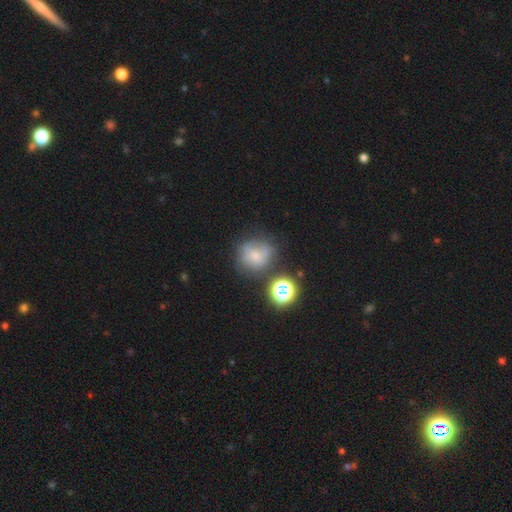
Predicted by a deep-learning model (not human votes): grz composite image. It shows a smooth galaxy with no disk features (59%) that is round (81%). Merging: none (56%).